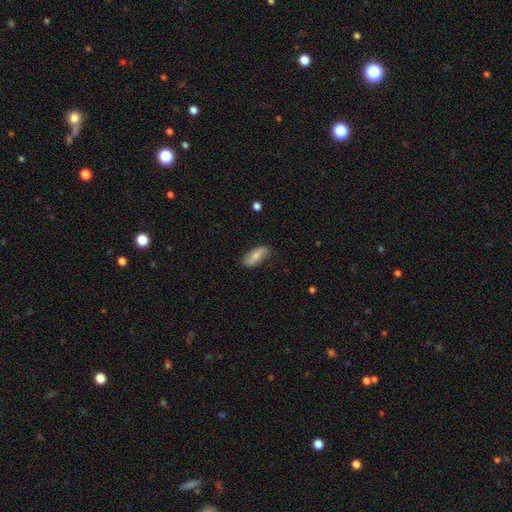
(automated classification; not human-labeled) Smooth or featured? Predicted: smooth (p=0.65). How rounded? Predicted: in between (p=0.82). Merging? Predicted: none (p=0.81).